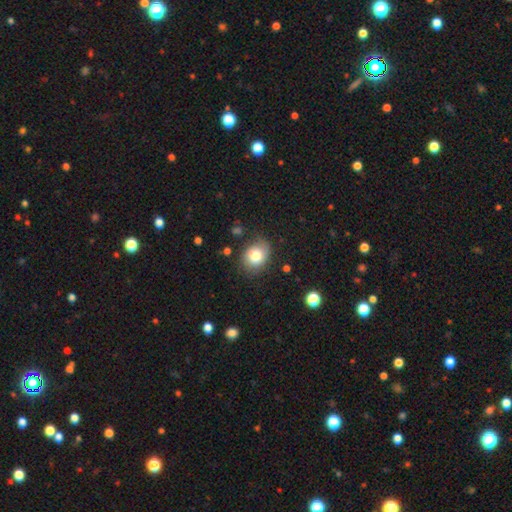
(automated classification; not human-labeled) Smooth or featured? smooth (79%)
How rounded? round (51%)
Merging? none (74%)